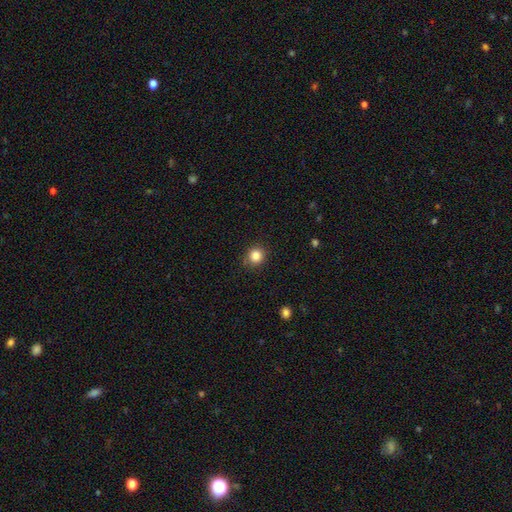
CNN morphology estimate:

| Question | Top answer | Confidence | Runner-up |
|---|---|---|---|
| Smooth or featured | smooth | 85% | star or artifact (11%) |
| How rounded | round | 89% | in between (10%) |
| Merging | none | 87% | minor disturbance (9%) |